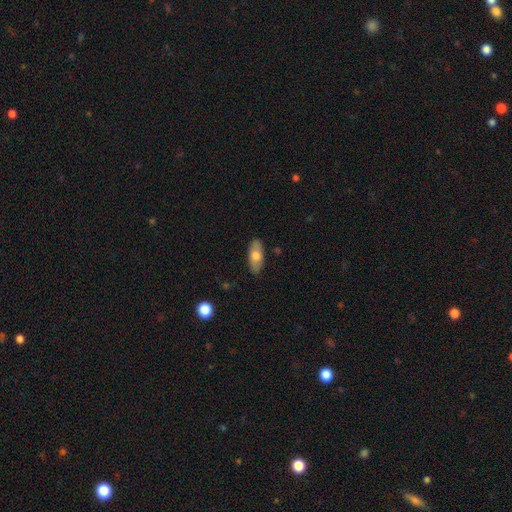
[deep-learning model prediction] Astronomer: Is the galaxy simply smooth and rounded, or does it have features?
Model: smooth — 68%.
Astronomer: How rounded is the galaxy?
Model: in between — 85%.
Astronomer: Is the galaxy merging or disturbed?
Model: none — 85%.